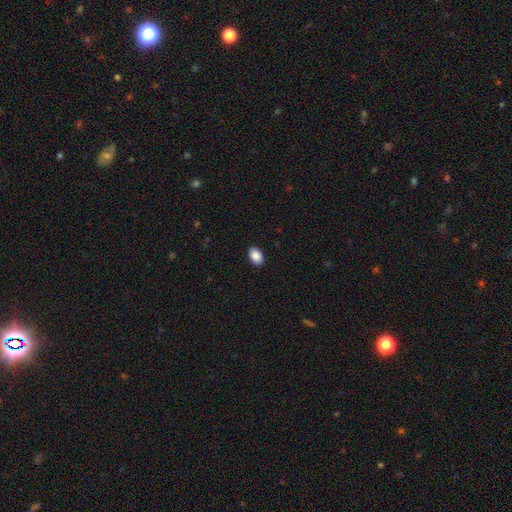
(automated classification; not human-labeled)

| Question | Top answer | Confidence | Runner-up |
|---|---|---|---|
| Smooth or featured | smooth | 89% | star or artifact (7%) |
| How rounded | in between | 89% | round (10%) |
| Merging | none | 90% | minor disturbance (7%) |